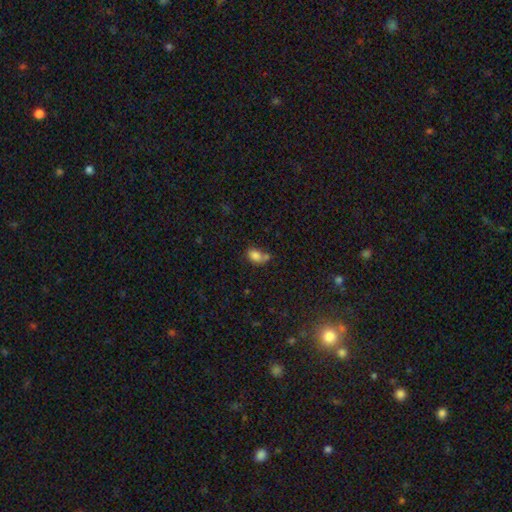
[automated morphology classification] A smooth galaxy with no disk features (80%) that is in between round and cigar-shaped (79%).

Vote fractions:
- Smooth or featured? smooth: 80% / star or artifact: 11% / featured or disk: 9%
- How rounded? in between: 79% / round: 19% / cigar-shaped: 2%
- Merging? none: 40% / merger: 32% / minor disturbance: 20% / major disturbance: 8%